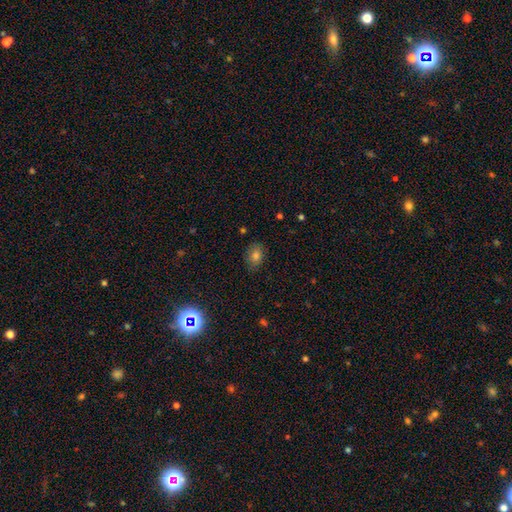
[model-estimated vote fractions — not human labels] Smooth or featured?
  - smooth: 76% *
  - star or artifact: 14%
  - featured or disk: 9%
How rounded?
  - in between: 69% *
  - round: 30%
  - cigar-shaped: 1%
Merging?
  - none: 83% *
  - minor disturbance: 13%
  - major disturbance: 3%
  - merger: 1%